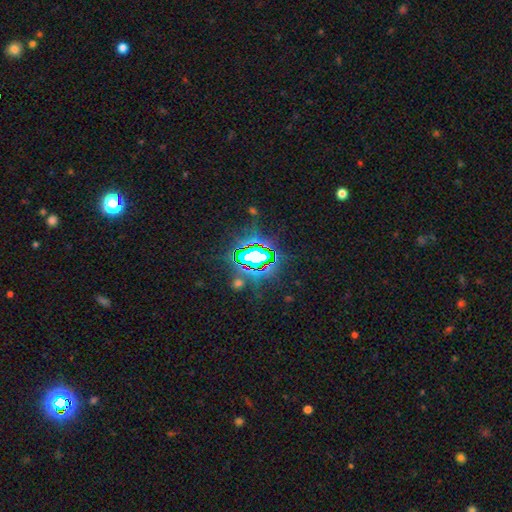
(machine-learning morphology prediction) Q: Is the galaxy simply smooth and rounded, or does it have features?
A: star or artifact — 76%.